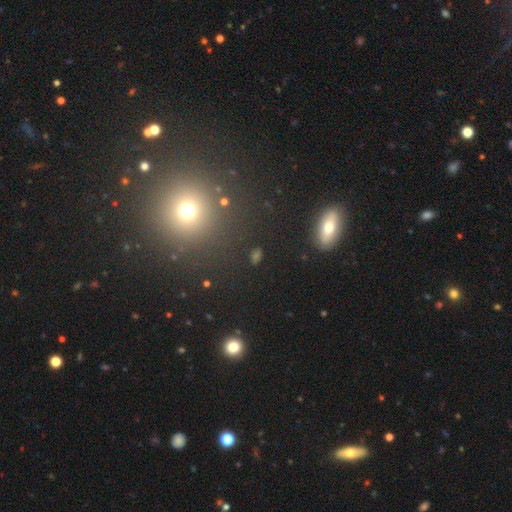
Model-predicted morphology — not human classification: This is possibly a smooth galaxy (52%). How rounded: possibly round (55%). Merging: clearly none (82%).